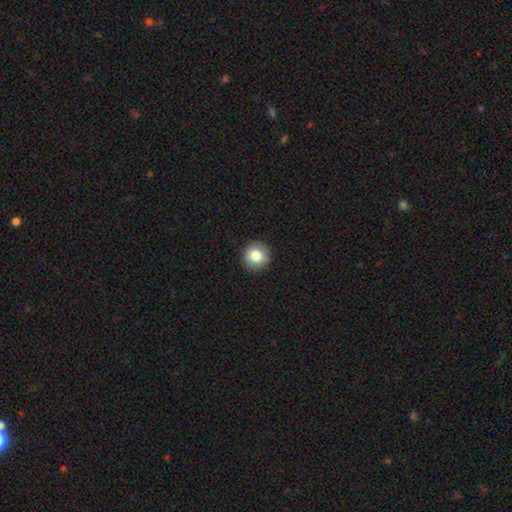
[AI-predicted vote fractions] Smooth or featured? smooth (82%)
How rounded? round (92%)
Merging? none (91%)